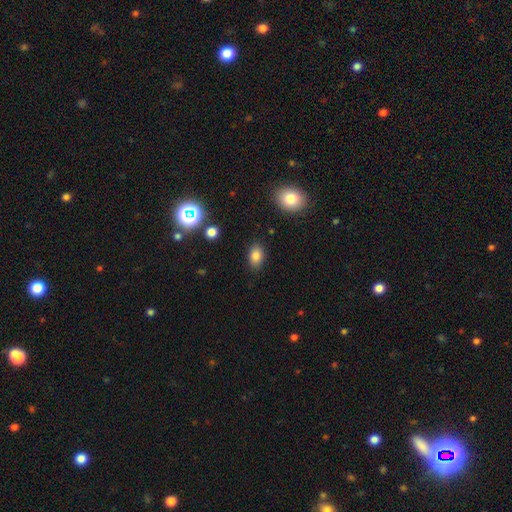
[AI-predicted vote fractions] This is clearly a smooth galaxy (82%). How rounded: clearly in between (83%). Merging: clearly none (87%).